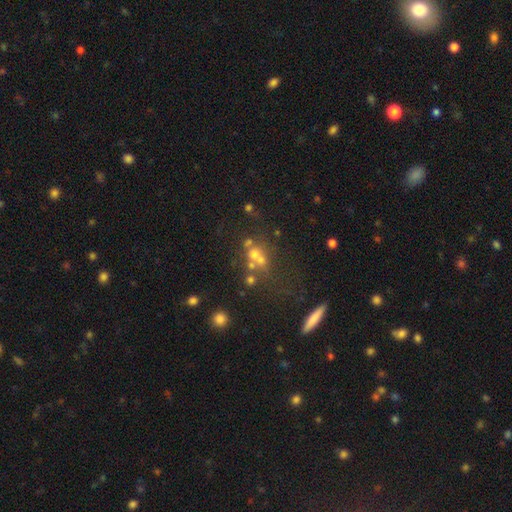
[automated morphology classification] A smooth galaxy with no disk features (43%).

Vote fractions:
- Smooth or featured? smooth: 43% / featured or disk: 30% / star or artifact: 28%
- Merging? merger: 42% / none: 39% / minor disturbance: 10% / major disturbance: 9%